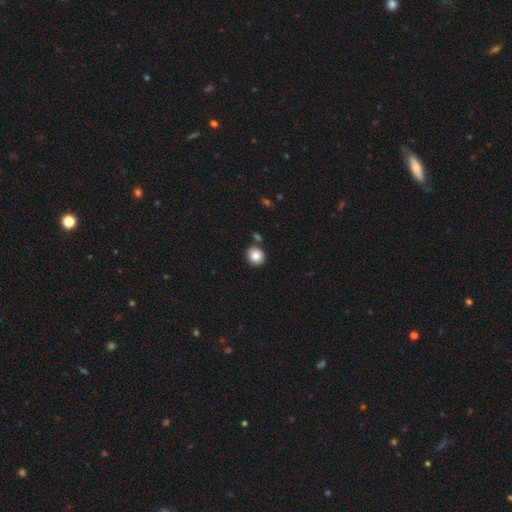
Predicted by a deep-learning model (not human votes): Overall: smooth (86%). How rounded: round (87%). Merging: none (82%).